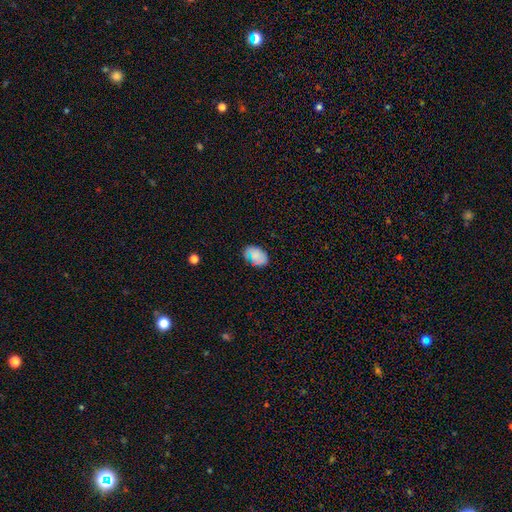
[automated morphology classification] A smooth galaxy with no disk features (71%) that is in between round and cigar-shaped (85%). Merging: none (77%).